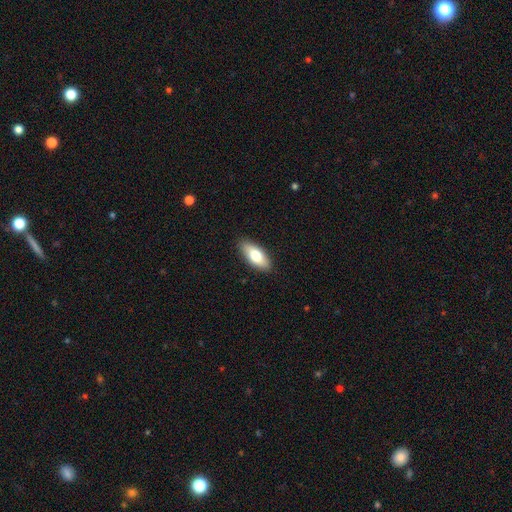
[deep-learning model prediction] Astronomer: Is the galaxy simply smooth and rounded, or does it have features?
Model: smooth — 72%.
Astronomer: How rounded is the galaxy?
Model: in between — 81%.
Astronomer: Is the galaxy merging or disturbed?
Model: none — 89%.